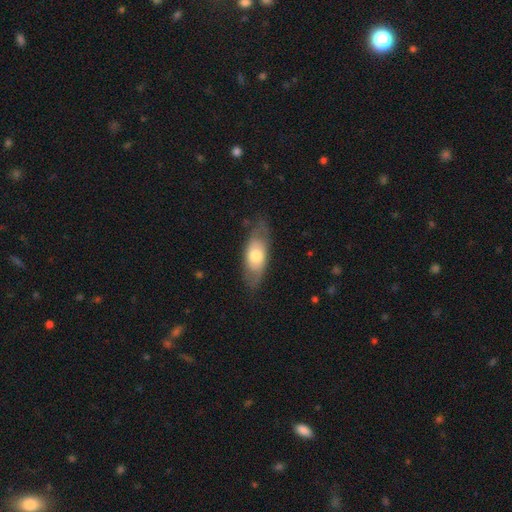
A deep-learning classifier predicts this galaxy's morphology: smooth-or-featured: smooth: 55% | featured or disk: 39% | star or artifact: 6%
  how-rounded: in between: 81% | cigar-shaped: 15% | round: 5%
  merging: none: 70% | minor disturbance: 21% | major disturbance: 7% | merger: 1%